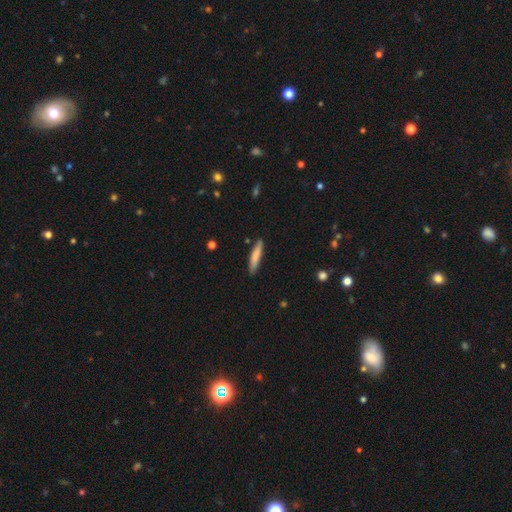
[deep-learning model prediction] A smooth galaxy with no disk features (78%) that is cigar-shaped (88%).

Vote fractions:
- Smooth or featured? smooth: 78% / featured or disk: 16% / star or artifact: 6%
- How rounded? cigar-shaped: 88% / in between: 11% / round: 1%
- Merging? none: 86% / minor disturbance: 10% / merger: 2% / major disturbance: 2%